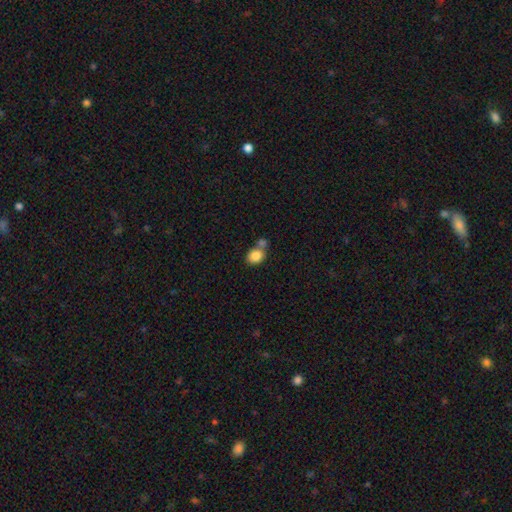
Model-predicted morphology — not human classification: smooth-or-featured: smooth: 85% | star or artifact: 8% | featured or disk: 7%
  how-rounded: round: 55% | in between: 44% | cigar-shaped: 1%
  merging: none: 46% | merger: 39% | minor disturbance: 12% | major disturbance: 4%